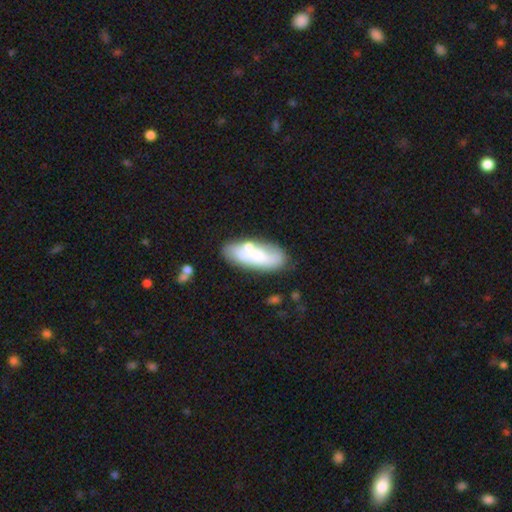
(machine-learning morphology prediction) Overall: smooth (53%; featured or disk 41%). How rounded: in between (80%). Merging: none (56%; minor disturbance 19%).